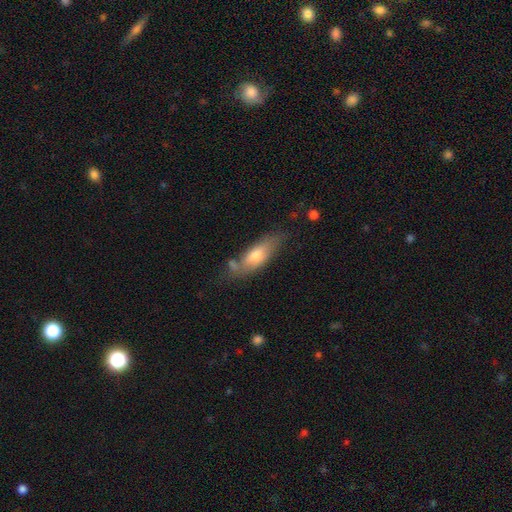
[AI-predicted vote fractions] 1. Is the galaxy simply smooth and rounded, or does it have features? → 63% smooth, 31% featured or disk, 6% star or artifact.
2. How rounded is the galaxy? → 63% in between, 35% cigar-shaped, 2% round.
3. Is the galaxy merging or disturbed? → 56% none, 26% minor disturbance, 10% merger, 8% major disturbance.